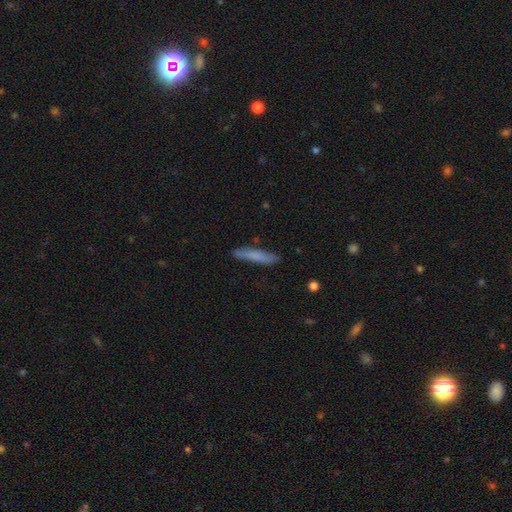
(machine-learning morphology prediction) smooth 72%, featured or disk 22%, star or artifact 6%. Down the decision tree: how rounded — cigar-shaped (92%); merging — none (83%).